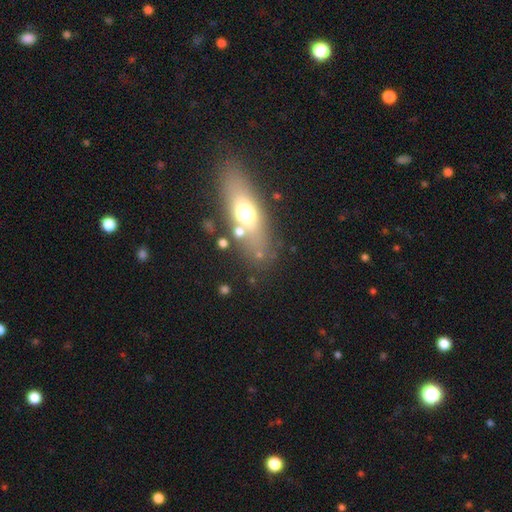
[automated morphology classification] smooth 48%, featured or disk 41%, star or artifact 11%. Down the decision tree: merging — none (76%).